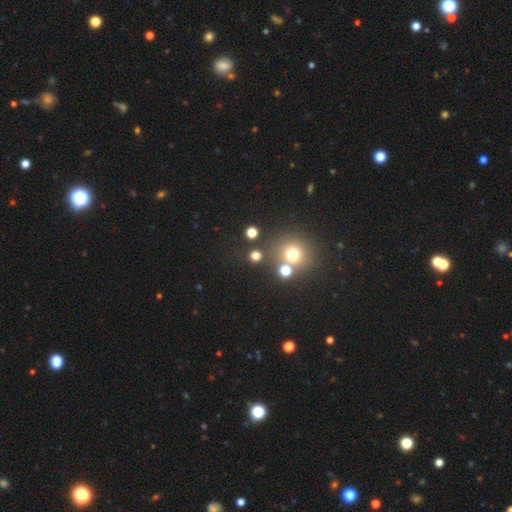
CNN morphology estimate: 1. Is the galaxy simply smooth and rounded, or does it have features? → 68% smooth, 25% star or artifact, 7% featured or disk.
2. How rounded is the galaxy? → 91% round, 8% in between, 1% cigar-shaped.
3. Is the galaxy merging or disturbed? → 78% none, 11% merger, 7% minor disturbance, 4% major disturbance.